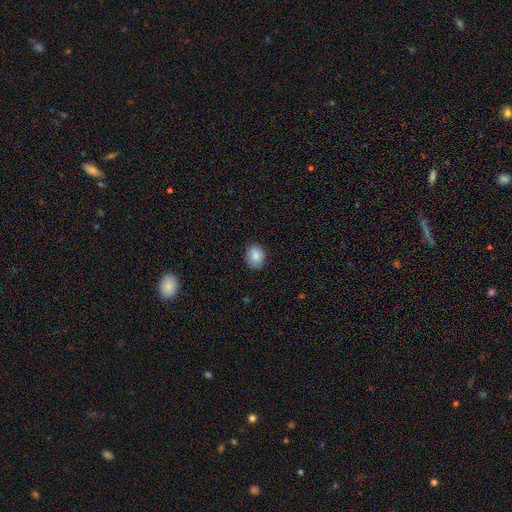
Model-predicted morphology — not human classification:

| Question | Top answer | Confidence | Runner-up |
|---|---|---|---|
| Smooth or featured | smooth | 86% | star or artifact (8%) |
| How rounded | in between | 59% | round (40%) |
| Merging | none | 87% | minor disturbance (10%) |